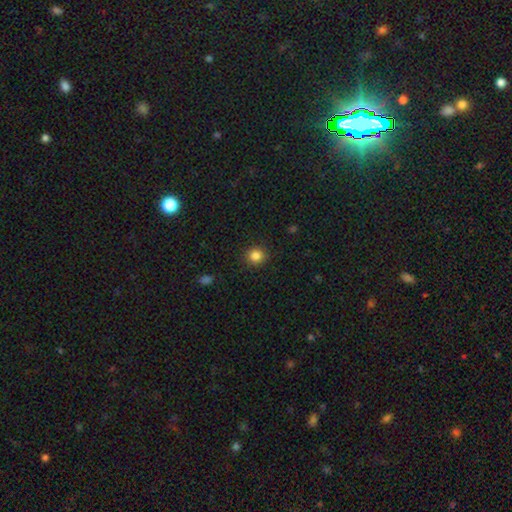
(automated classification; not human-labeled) Smooth or featured? Predicted: smooth (p=0.84). How rounded? Predicted: round (p=0.89). Merging? Predicted: none (p=0.91).